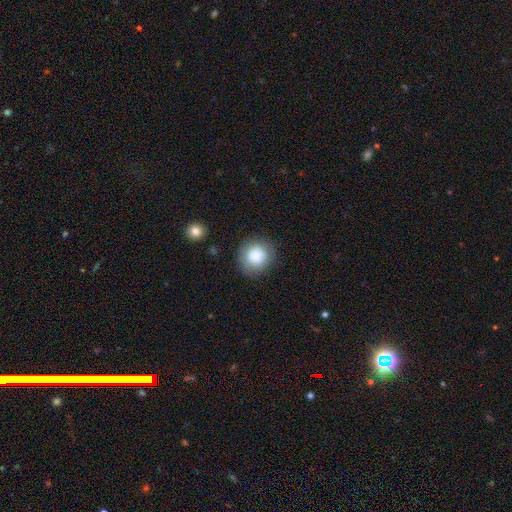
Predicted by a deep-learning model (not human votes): Smooth or featured? Predicted: smooth (p=0.86). How rounded? Predicted: round (p=0.88). Merging? Predicted: none (p=0.82).